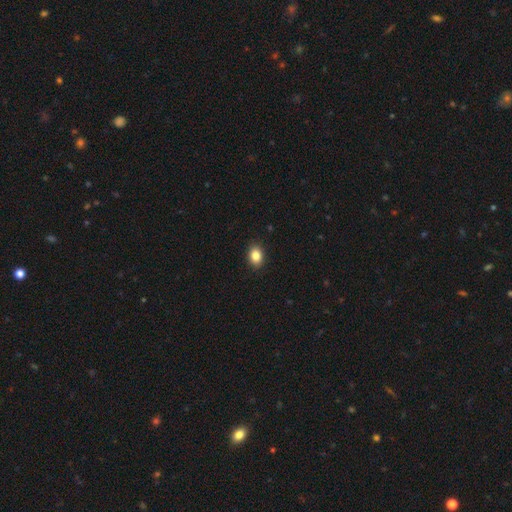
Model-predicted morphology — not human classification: Smooth or featured: smooth — 85% (star or artifact — 9%)
How rounded: in between — 70% (round — 29%)
Merging: none — 90% (minor disturbance — 7%)